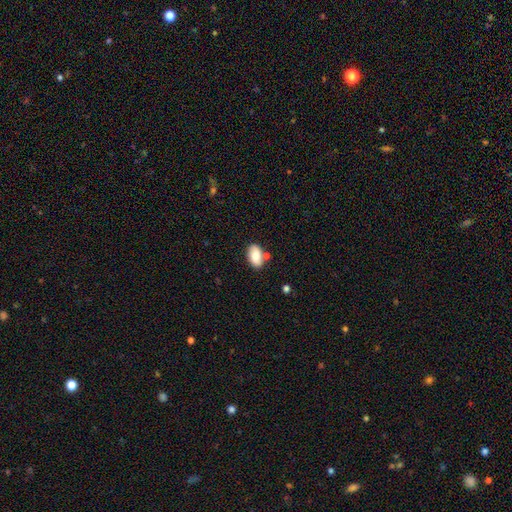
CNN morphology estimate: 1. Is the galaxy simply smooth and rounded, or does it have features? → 77% smooth, 16% featured or disk, 7% star or artifact.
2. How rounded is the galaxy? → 92% in between, 6% round, 2% cigar-shaped.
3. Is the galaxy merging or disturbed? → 71% none, 14% minor disturbance, 11% merger, 3% major disturbance.